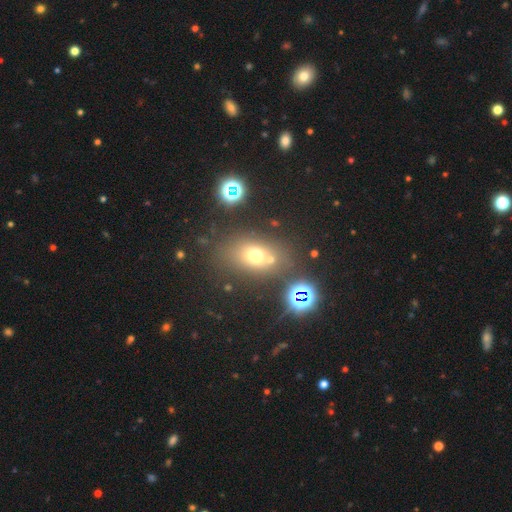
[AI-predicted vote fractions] This appears to be a smooth galaxy with no disk features (62%) that is in between round and cigar-shaped (57%). Merging: none (62%).